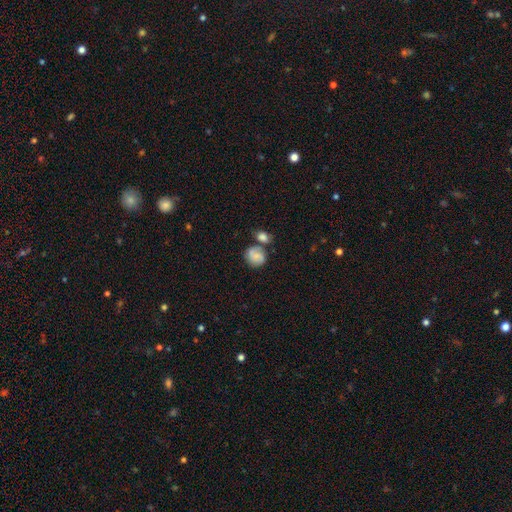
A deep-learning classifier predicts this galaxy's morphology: smooth-or-featured: smooth: 67% | featured or disk: 24% | star or artifact: 9%
  how-rounded: round: 69% | in between: 30% | cigar-shaped: 1%
  merging: none: 41% | merger: 35% | minor disturbance: 16% | major disturbance: 8%